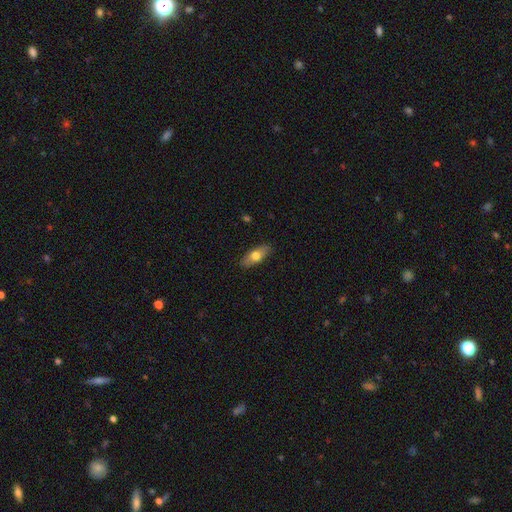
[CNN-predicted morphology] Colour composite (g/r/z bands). It shows a smooth galaxy with no disk features (67%) that is in between round and cigar-shaped (77%). Merging: none (87%).